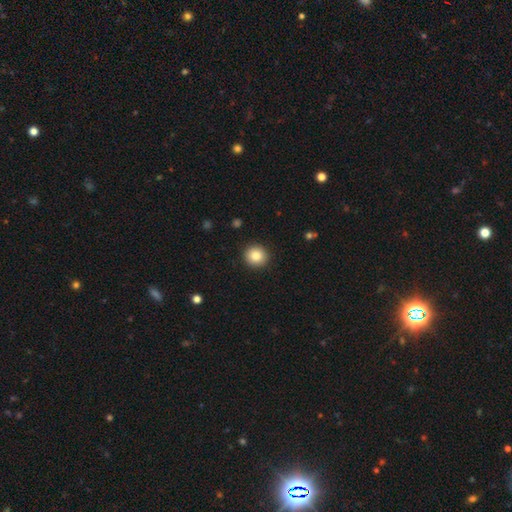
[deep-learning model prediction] This is clearly a smooth galaxy (86%). How rounded: clearly round (90%). Merging: clearly none (92%).